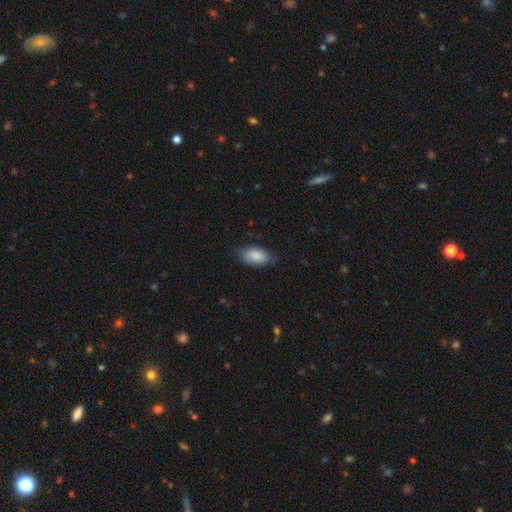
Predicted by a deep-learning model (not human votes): smooth-or-featured: smooth: 85% | featured or disk: 9% | star or artifact: 6%
  how-rounded: in between: 94% | round: 4% | cigar-shaped: 2%
  merging: none: 74% | minor disturbance: 21% | major disturbance: 4% | merger: 1%